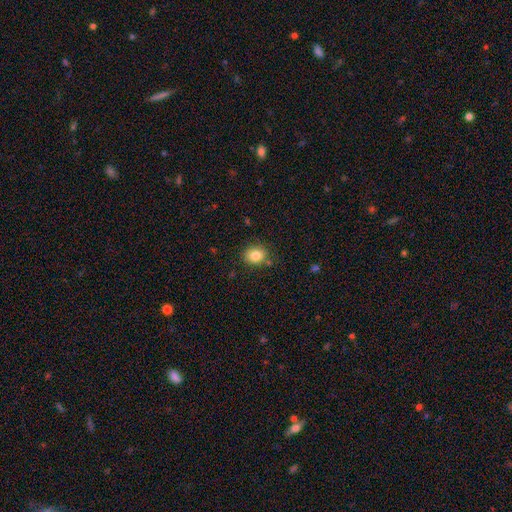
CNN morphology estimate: smooth_or_featured: smooth (p=0.83) [alt: star or artifact p=0.10]
how_rounded: round (p=0.66) [alt: in between p=0.33]
merging: none (p=0.83) [alt: minor disturbance p=0.11]